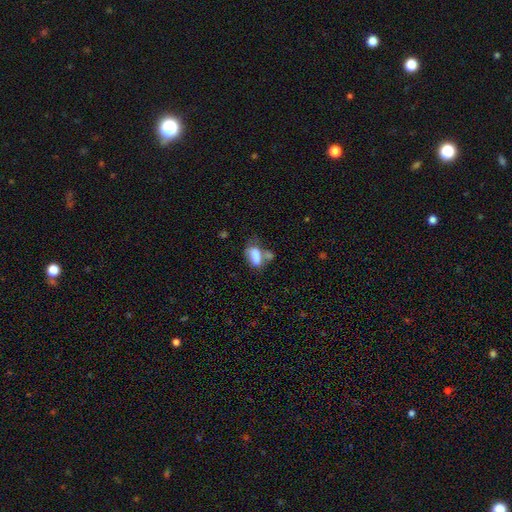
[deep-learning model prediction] Overall: smooth (72%). How rounded: in between (81%). Merging: merger (39%; none 28%).